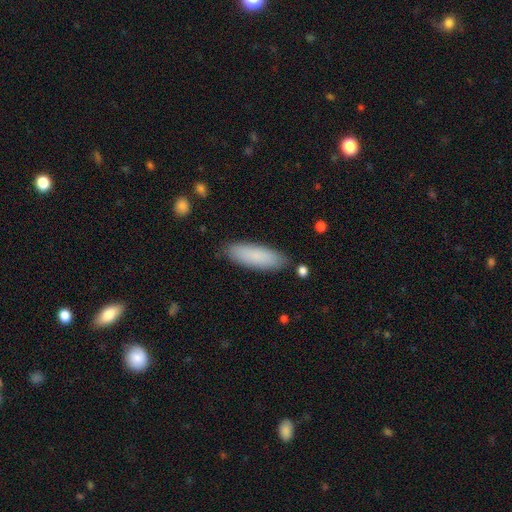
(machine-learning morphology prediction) Smooth or featured: smooth — 85% (featured or disk — 9%)
How rounded: in between — 52% (cigar-shaped — 46%)
Merging: none — 86% (minor disturbance — 10%)